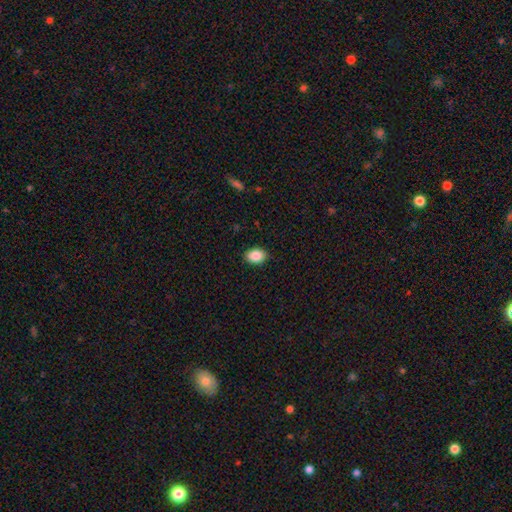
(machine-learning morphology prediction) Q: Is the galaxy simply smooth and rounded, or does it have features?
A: smooth — 87%.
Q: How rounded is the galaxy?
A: in between — 75%.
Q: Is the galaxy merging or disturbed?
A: none — 88%.